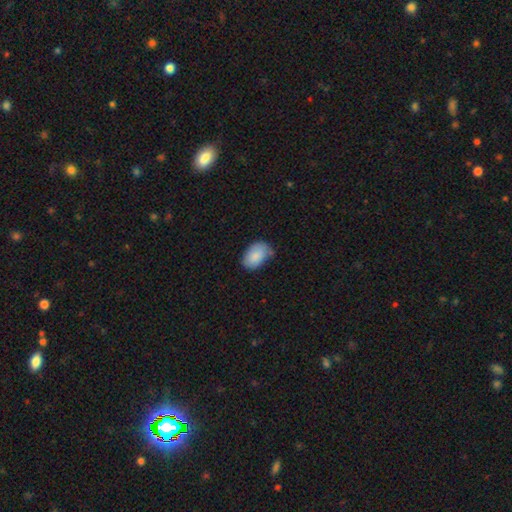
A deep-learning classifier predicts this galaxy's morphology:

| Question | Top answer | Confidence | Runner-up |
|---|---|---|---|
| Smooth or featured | smooth | 85% | featured or disk (8%) |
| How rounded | in between | 90% | round (9%) |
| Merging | none | 61% | minor disturbance (29%) |